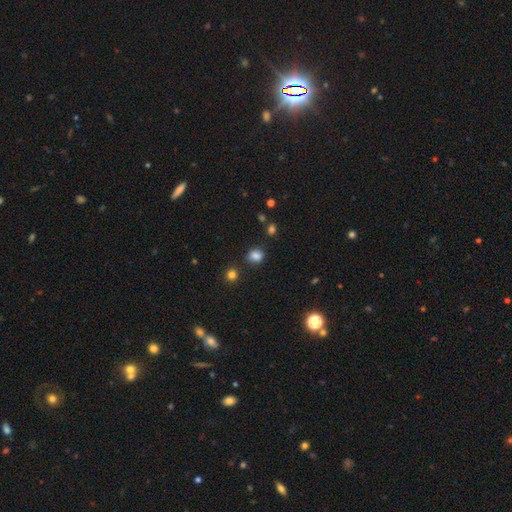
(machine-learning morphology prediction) Smooth or featured?
  - smooth: 81% *
  - star or artifact: 14%
  - featured or disk: 5%
How rounded?
  - round: 50% *
  - in between: 49%
  - cigar-shaped: 1%
Merging?
  - none: 76% *
  - minor disturbance: 16%
  - merger: 5%
  - major disturbance: 4%